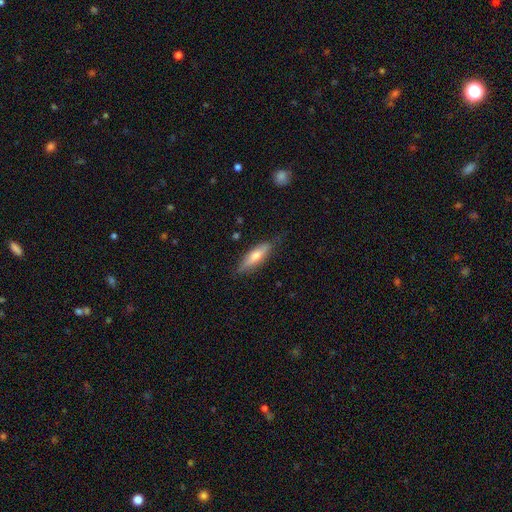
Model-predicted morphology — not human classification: smooth-or-featured: smooth: 62% | featured or disk: 33% | star or artifact: 6%
  how-rounded: cigar-shaped: 57% | in between: 41% | round: 2%
  merging: none: 76% | minor disturbance: 19% | major disturbance: 4% | merger: 1%